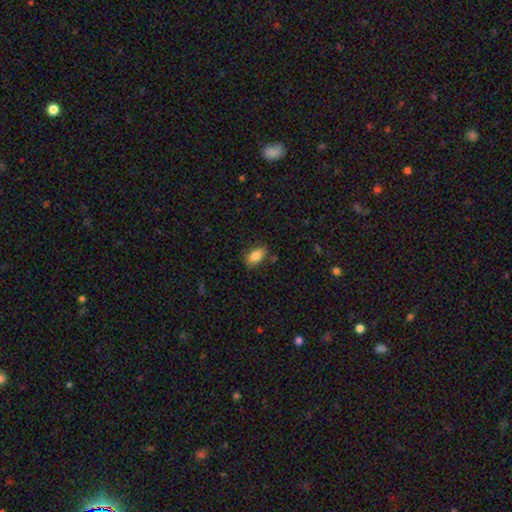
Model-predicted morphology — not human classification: A smooth galaxy with no disk features (81%) that is in between round and cigar-shaped (89%).

Vote fractions:
- Smooth or featured? smooth: 81% / featured or disk: 11% / star or artifact: 8%
- How rounded? in between: 89% / cigar-shaped: 7% / round: 4%
- Merging? none: 82% / minor disturbance: 13% / major disturbance: 3% / merger: 2%